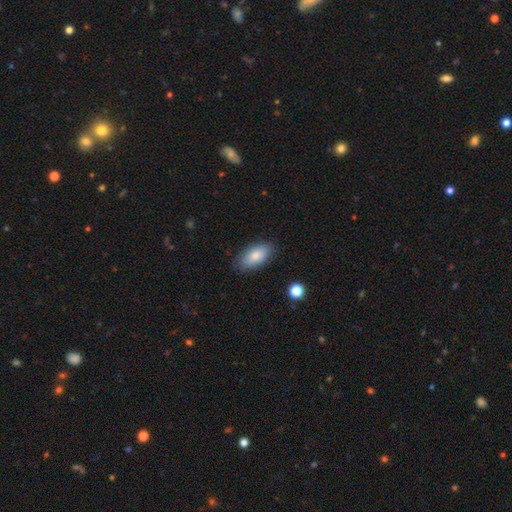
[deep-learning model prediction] A smooth galaxy with no disk features (80%) that is in between round and cigar-shaped (91%).

Vote fractions:
- Smooth or featured? smooth: 80% / featured or disk: 13% / star or artifact: 7%
- How rounded? in between: 91% / cigar-shaped: 5% / round: 4%
- Merging? none: 84% / minor disturbance: 12% / major disturbance: 3% / merger: 1%